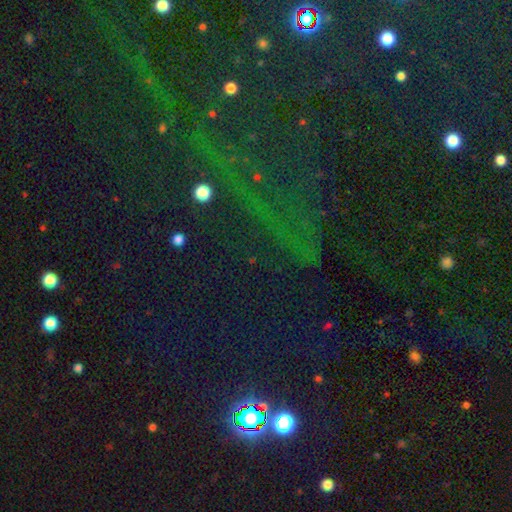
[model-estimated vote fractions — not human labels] Smooth or featured?
  - star or artifact: 79% *
  - smooth: 14%
  - featured or disk: 8%